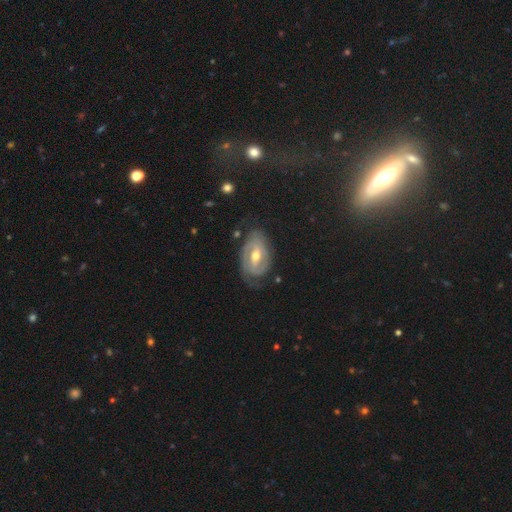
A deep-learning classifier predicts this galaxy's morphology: smooth-or-featured: featured or disk: 82% | smooth: 11% | star or artifact: 6%
  disk-edge-on: no: 95% | yes: 5%
    bar: weak: 45% | strong: 30% | no: 25%
    has-spiral-arms: yes: 88% | no: 12%
      spiral-winding: tight: 60% | medium: 30% | loose: 10%
      spiral-arm-count: 2: 65% | can't tell: 19% | 3: 6% | 1: 6% | 4: 2% | more than 4: 2%
    bulge-size: moderate: 69% | small: 26% | large: 3% | none: 1% | dominant: 1%
  merging: none: 69% | minor disturbance: 21% | major disturbance: 9% | merger: 2%